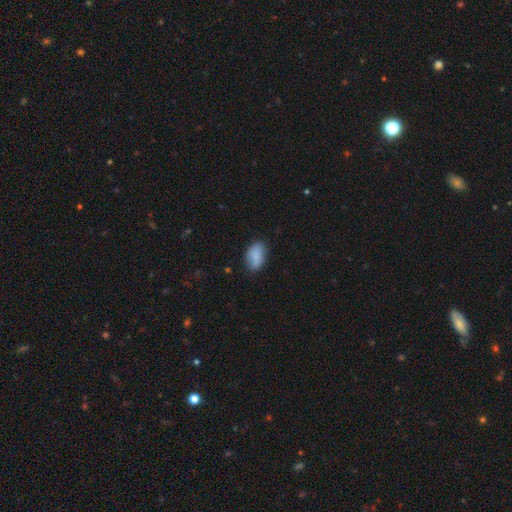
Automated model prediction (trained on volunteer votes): smooth_or_featured: smooth (p=0.81) [alt: featured or disk p=0.12]
how_rounded: in between (p=0.89) [alt: round p=0.08]
merging: none (p=0.70) [alt: minor disturbance p=0.22]